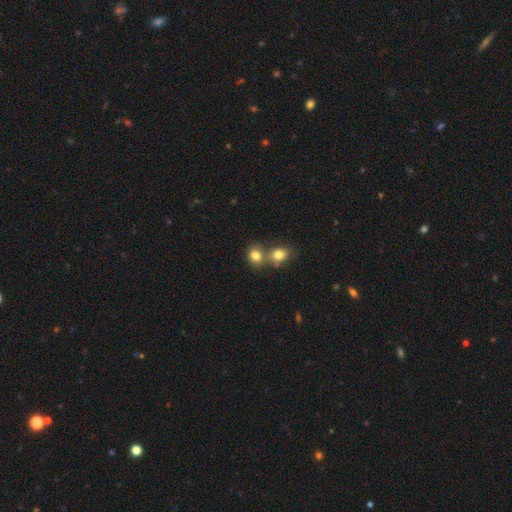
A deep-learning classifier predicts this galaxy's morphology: Smooth or featured?
  - smooth: 80% *
  - star or artifact: 11%
  - featured or disk: 9%
How rounded?
  - round: 62% *
  - in between: 37%
  - cigar-shaped: 1%
Merging?
  - merger: 50% *
  - none: 39%
  - minor disturbance: 8%
  - major disturbance: 3%